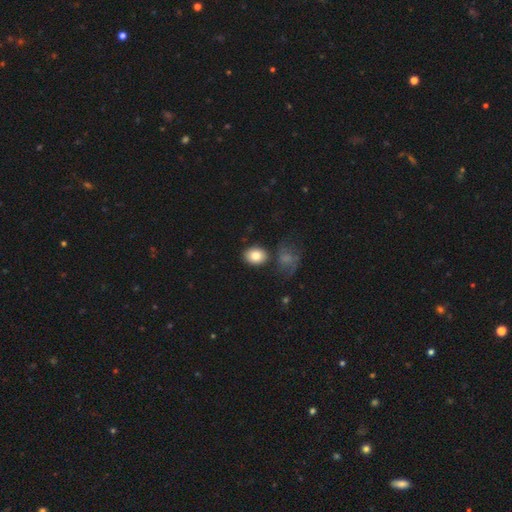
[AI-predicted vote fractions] Overall: smooth (82%). How rounded: in between (57%; round 42%). Merging: none (76%).